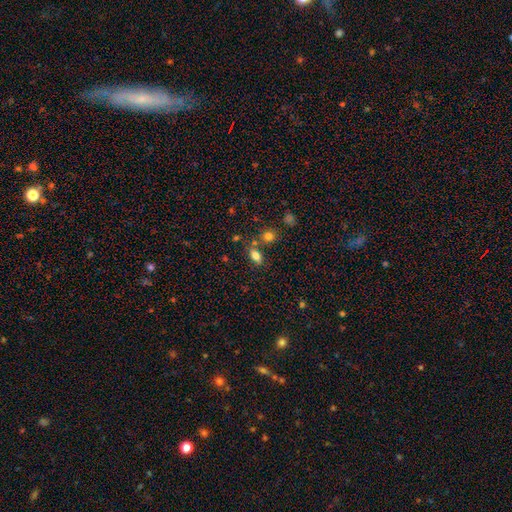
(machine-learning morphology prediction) Smooth or featured? Predicted: smooth (p=0.81). How rounded? Predicted: in between (p=0.85). Merging? Predicted: none (p=0.69).